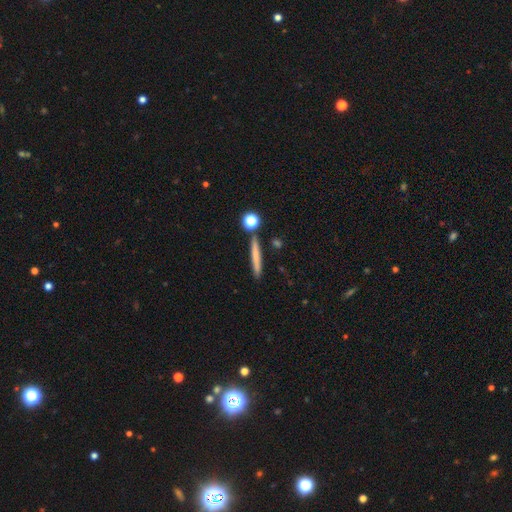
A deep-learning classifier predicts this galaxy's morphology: This is likely a smooth galaxy (69%). How rounded: clearly cigar-shaped (92%). Merging: clearly none (85%).